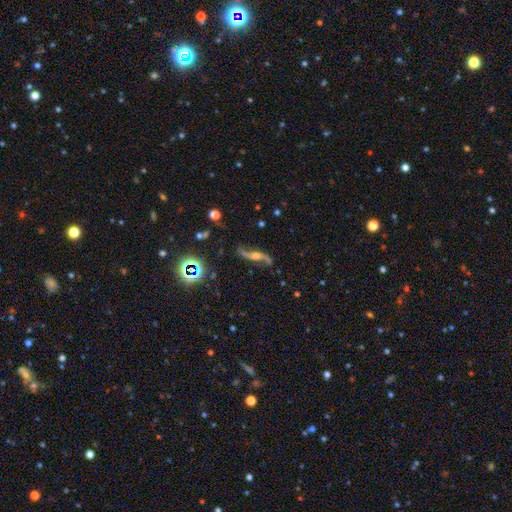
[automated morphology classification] A featured or disk galaxy (81%) with no bar (54%), 2 (93%) loose (90%) spiral arms (95%) and a moderate central bulge (51%). Merging: none (77%).